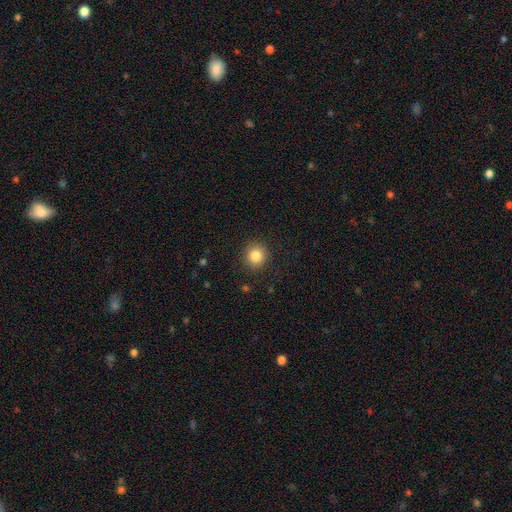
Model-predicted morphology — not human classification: smooth-or-featured: smooth: 84% | star or artifact: 10% | featured or disk: 6%
  how-rounded: round: 90% | in between: 9% | cigar-shaped: 1%
  merging: none: 90% | minor disturbance: 7% | major disturbance: 2% | merger: 1%